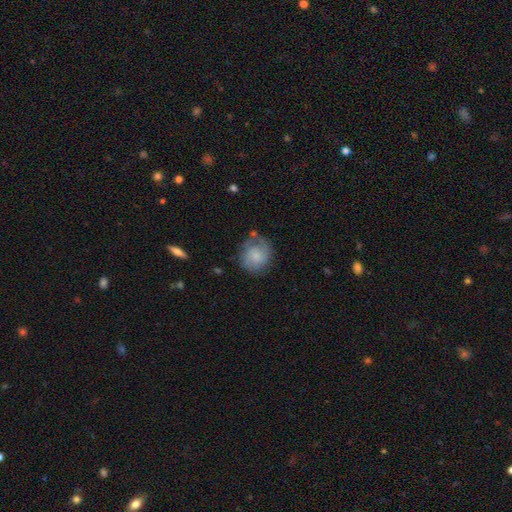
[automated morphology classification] type=smooth (56%); roundness=round (78%); merging=none (59%).